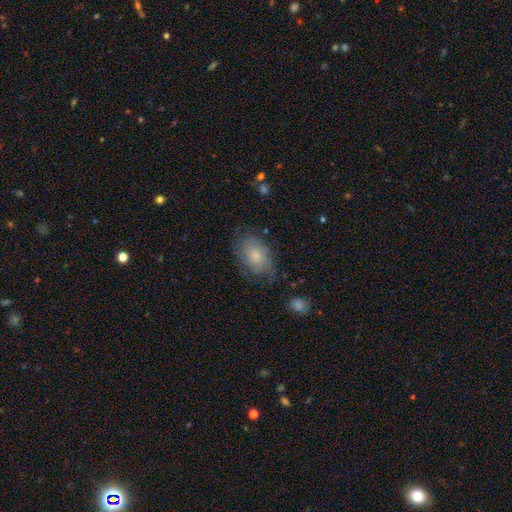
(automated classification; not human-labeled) The model was most divided on "merging": none: 67%, minor disturbance: 23%, major disturbance: 8%, merger: 2%. More confident: how rounded — in between (86%); smooth or featured — smooth (70%).